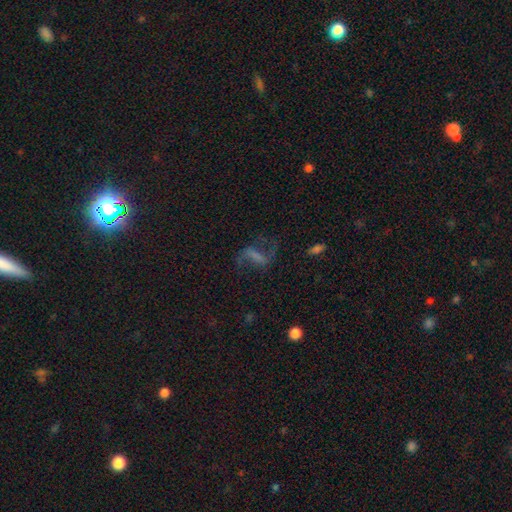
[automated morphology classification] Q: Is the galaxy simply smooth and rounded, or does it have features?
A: featured or disk — 63%.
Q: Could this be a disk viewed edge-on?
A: no — 93%.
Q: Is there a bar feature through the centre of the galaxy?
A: strong — 49%.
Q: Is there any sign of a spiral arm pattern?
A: yes — 84%.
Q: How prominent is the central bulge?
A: none — 60%.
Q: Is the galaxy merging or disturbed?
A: none — 65%.